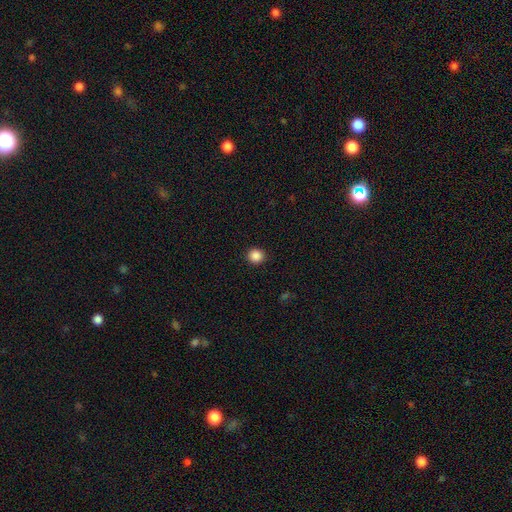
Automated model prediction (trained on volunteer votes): Smooth or featured? Predicted: smooth (p=0.87). How rounded? Predicted: round (p=0.90). Merging? Predicted: none (p=0.92).